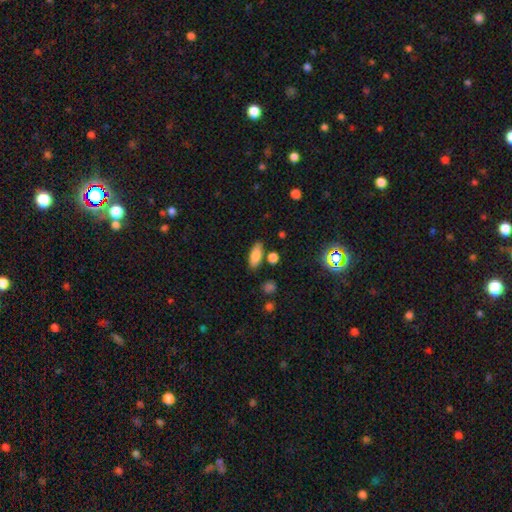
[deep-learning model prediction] Overall: smooth (82%). How rounded: in between (75%). Merging: none (80%).